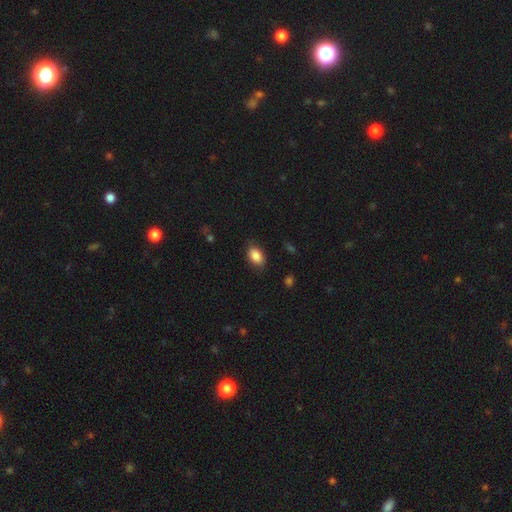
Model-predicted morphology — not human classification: Smooth or featured: smooth — 86% (star or artifact — 7%)
How rounded: in between — 89% (round — 9%)
Merging: none — 79% (minor disturbance — 16%)